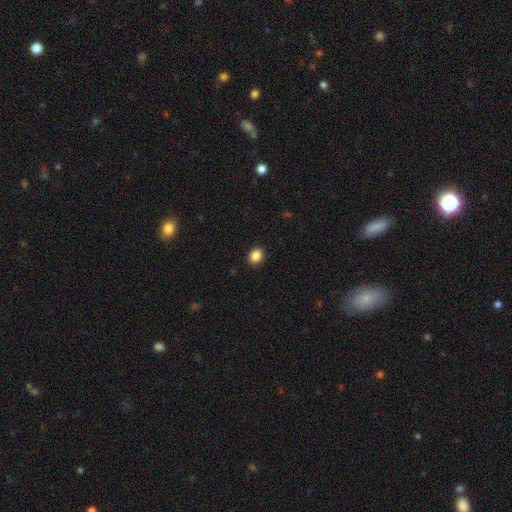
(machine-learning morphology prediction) smooth 87%, star or artifact 9%, featured or disk 3%. Down the decision tree: how rounded — round (57%); merging — none (91%).